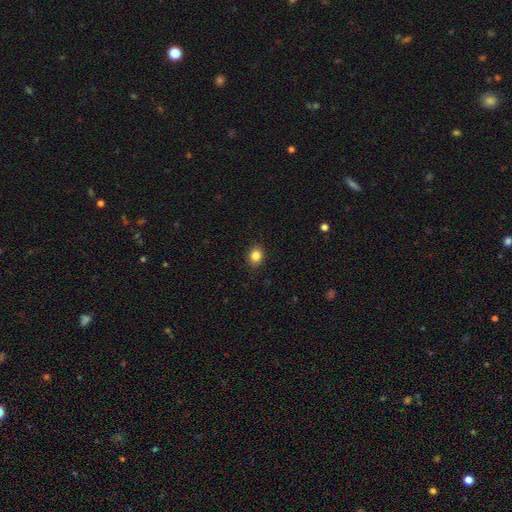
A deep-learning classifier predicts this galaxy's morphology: A smooth galaxy with no disk features (84%) that is round (60%). Merging: none (90%).